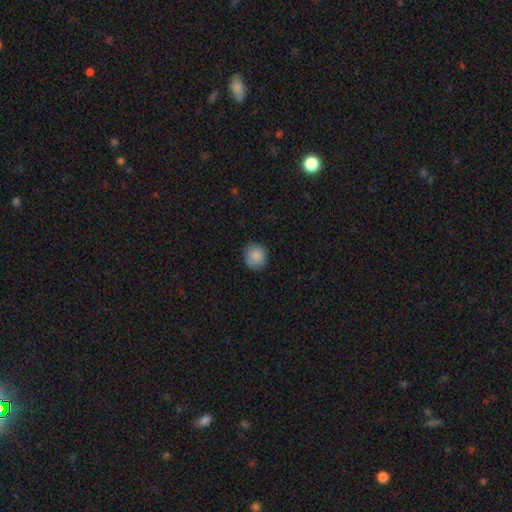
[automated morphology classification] type=smooth (87%); roundness=round (88%); merging=none (85%).